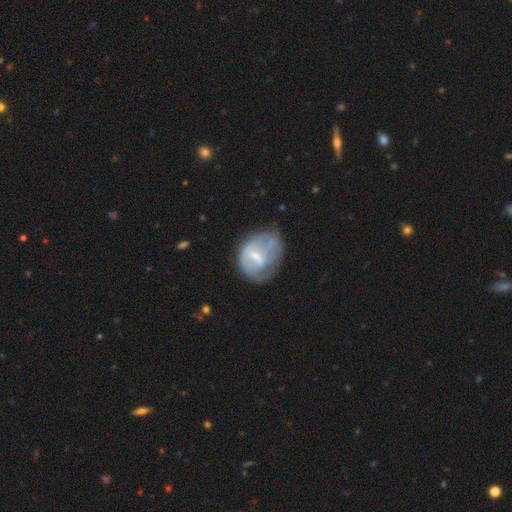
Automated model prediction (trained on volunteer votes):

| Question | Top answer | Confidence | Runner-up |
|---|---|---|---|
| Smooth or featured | featured or disk | 56% | smooth (37%) |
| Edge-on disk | no | 97% | yes (3%) |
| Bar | weak | 51% | no (33%) |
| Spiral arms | no | 52% | yes (48%) |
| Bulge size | small | 45% | moderate (36%) |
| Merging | none | 39% | minor disturbance (30%) |